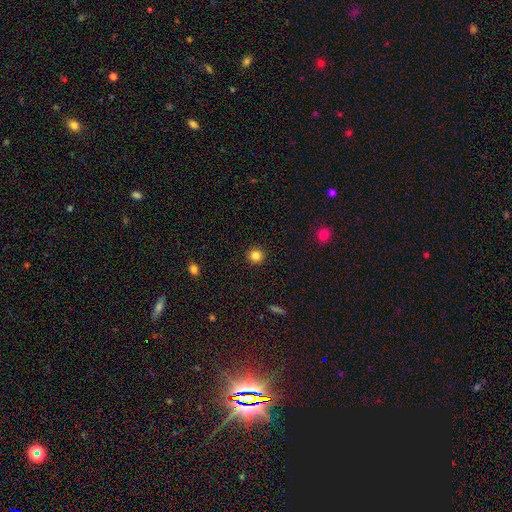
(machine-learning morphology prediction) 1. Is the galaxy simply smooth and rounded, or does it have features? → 84% smooth, 11% star or artifact, 5% featured or disk.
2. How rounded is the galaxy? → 93% round, 6% in between, 1% cigar-shaped.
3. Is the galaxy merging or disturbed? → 93% none, 5% minor disturbance, 2% major disturbance, 1% merger.